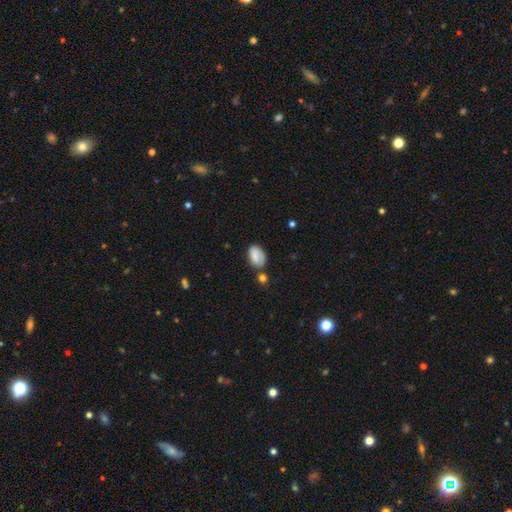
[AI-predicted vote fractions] Overall: smooth (76%). How rounded: in between (89%). Merging: none (58%; minor disturbance 23%).